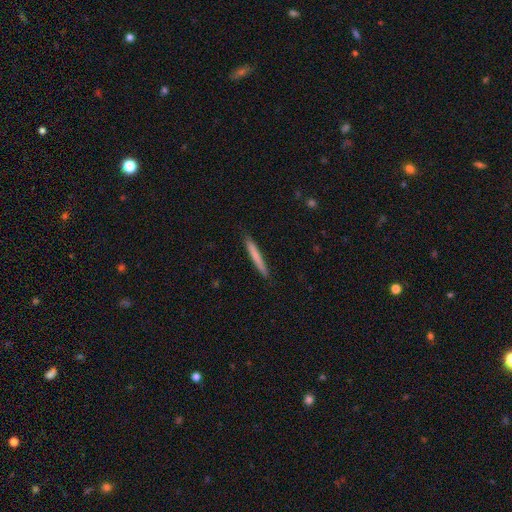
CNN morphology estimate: type=smooth (72%); roundness=cigar-shaped (97%); merging=none (90%).